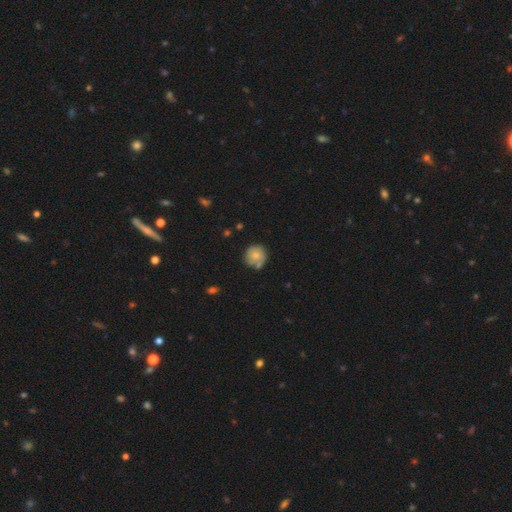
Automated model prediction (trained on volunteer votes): Smooth or featured?
  - smooth: 71% *
  - featured or disk: 21%
  - star or artifact: 8%
How rounded?
  - round: 89% *
  - in between: 10%
  - cigar-shaped: 1%
Merging?
  - none: 64% *
  - minor disturbance: 22%
  - merger: 9%
  - major disturbance: 5%